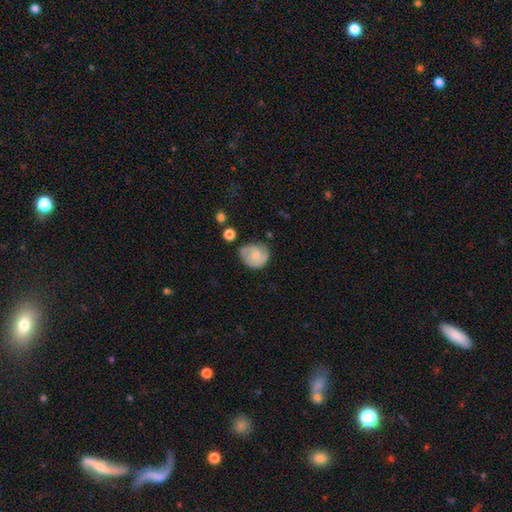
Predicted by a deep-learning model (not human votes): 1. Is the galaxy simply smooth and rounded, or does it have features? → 60% featured or disk, 34% smooth, 6% star or artifact.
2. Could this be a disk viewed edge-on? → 98% no, 2% yes.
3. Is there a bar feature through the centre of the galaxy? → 74% no, 23% weak, 3% strong.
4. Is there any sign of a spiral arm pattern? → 87% yes, 13% no.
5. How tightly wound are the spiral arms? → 51% tight, 35% medium, 13% loose.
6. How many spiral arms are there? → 46% 2, 21% can't tell, 17% 1, 11% 3, 2% 4, 2% more than 4.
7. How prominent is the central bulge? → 57% small, 32% moderate, 8% none, 2% large, 1% dominant.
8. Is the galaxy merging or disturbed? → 58% none, 28% minor disturbance, 11% major disturbance, 4% merger.